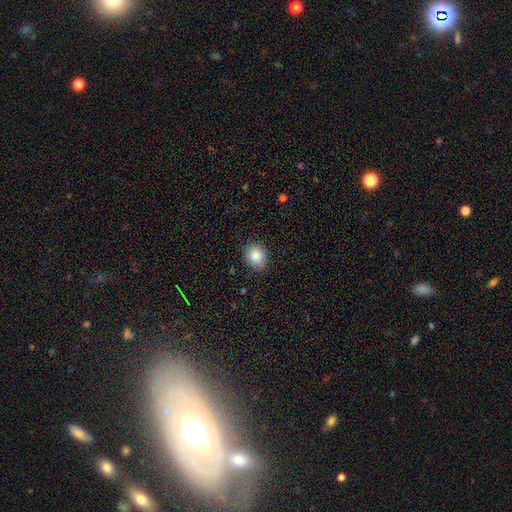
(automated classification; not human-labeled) Morphology: type=smooth (87%); roundness=round (65%); merging=none (84%).